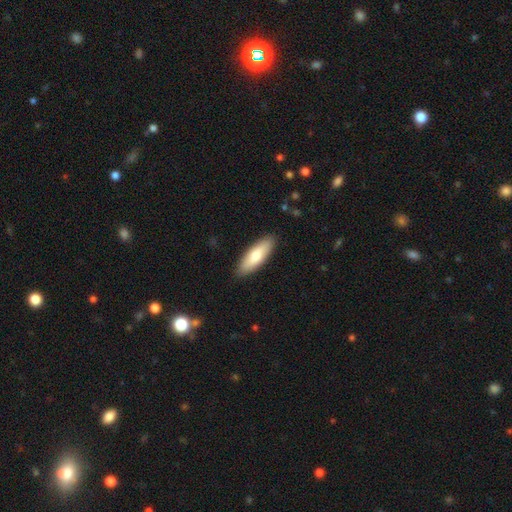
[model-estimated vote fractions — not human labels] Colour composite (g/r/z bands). It shows a smooth galaxy with no disk features (74%) that is in between round and cigar-shaped (54%). Merging: none (89%).